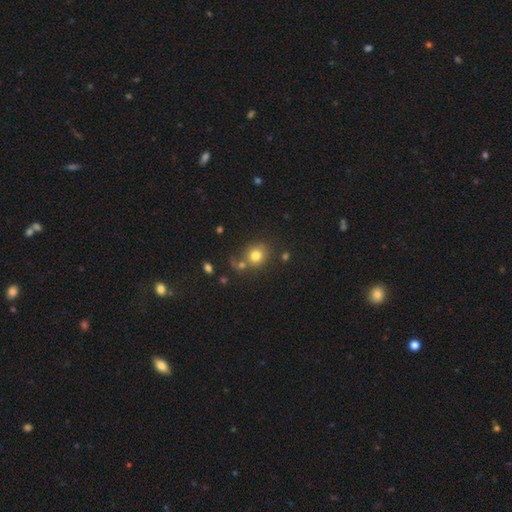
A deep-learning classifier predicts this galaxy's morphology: smooth-or-featured: smooth: 78% | star or artifact: 13% | featured or disk: 9%
  how-rounded: round: 81% | in between: 18% | cigar-shaped: 1%
  merging: none: 64% | merger: 18% | minor disturbance: 13% | major disturbance: 6%